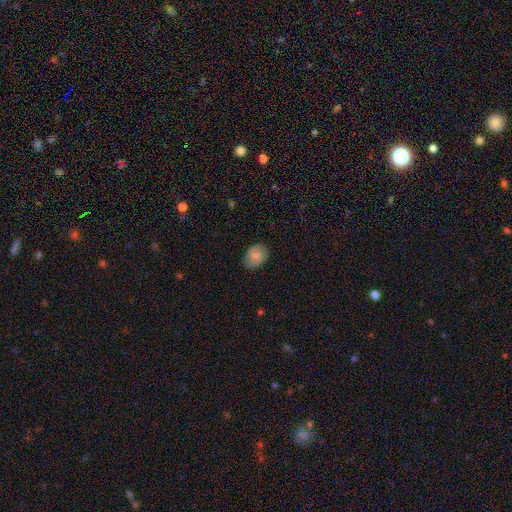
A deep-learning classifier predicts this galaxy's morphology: A smooth galaxy with no disk features (71%) that is in between round and cigar-shaped (74%).

Vote fractions:
- Smooth or featured? smooth: 71% / featured or disk: 21% / star or artifact: 8%
- How rounded? in between: 74% / round: 25% / cigar-shaped: 1%
- Merging? none: 79% / minor disturbance: 16% / major disturbance: 4% / merger: 1%